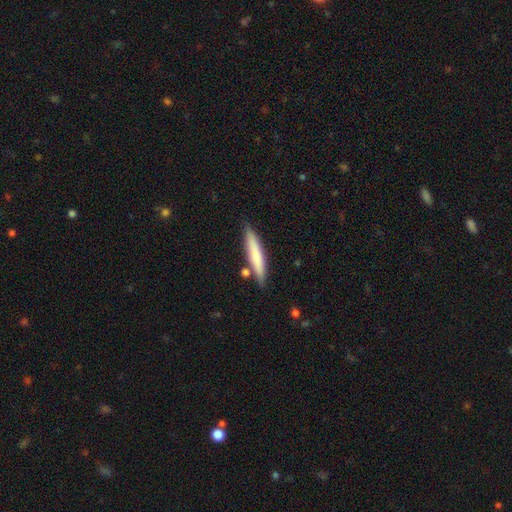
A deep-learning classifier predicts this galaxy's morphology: smooth_or_featured: smooth (p=0.63) [alt: featured or disk p=0.29]
how_rounded: cigar-shaped (p=0.93) [alt: in between p=0.06]
merging: none (p=0.85) [alt: minor disturbance p=0.10]